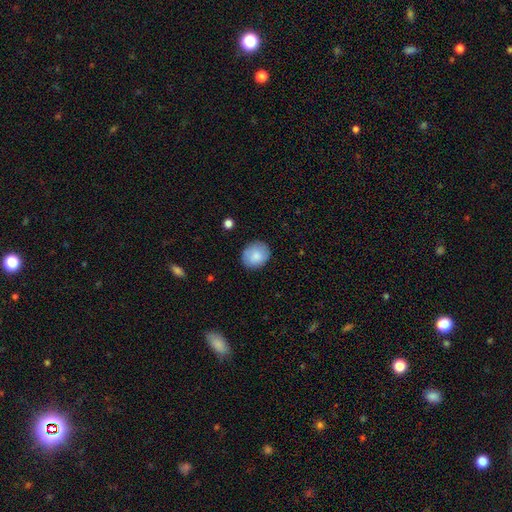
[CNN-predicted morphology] smooth_or_featured: smooth (p=0.82) [alt: featured or disk p=0.11]
how_rounded: round (p=0.67) [alt: in between p=0.32]
merging: none (p=0.83) [alt: minor disturbance p=0.13]